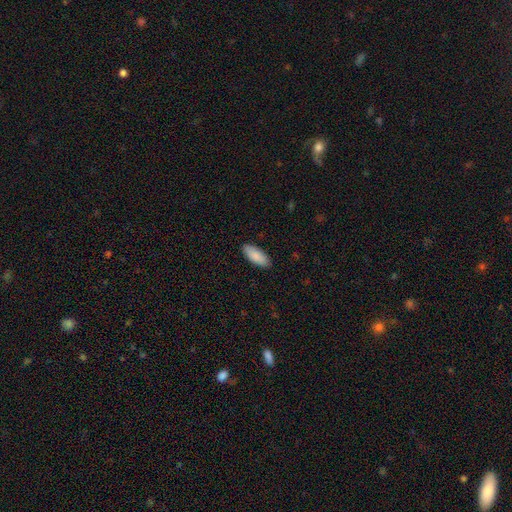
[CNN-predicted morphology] Overall: smooth (89%). How rounded: in between (82%). Merging: none (89%).